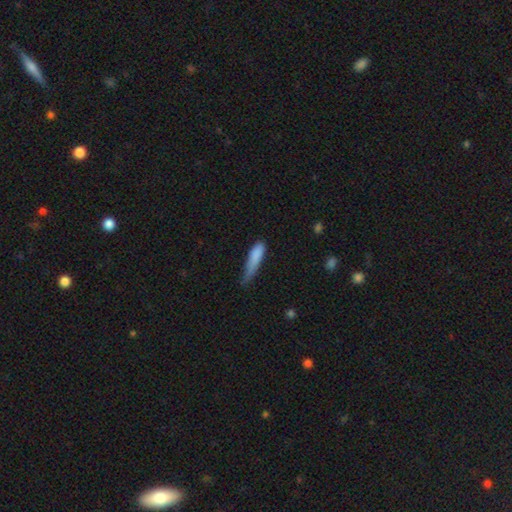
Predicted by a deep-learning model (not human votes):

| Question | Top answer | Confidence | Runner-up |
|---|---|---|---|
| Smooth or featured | smooth | 81% | featured or disk (12%) |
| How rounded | cigar-shaped | 70% | in between (28%) |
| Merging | minor disturbance | 45% | none (29%) |